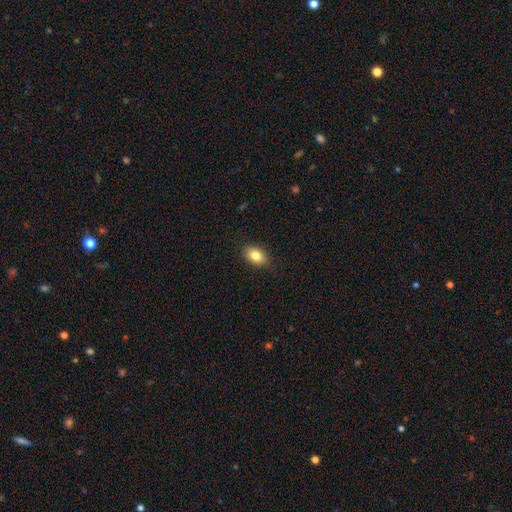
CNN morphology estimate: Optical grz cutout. It shows a smooth galaxy with no disk features (84%) that is in between round and cigar-shaped (85%). Merging: none (88%).